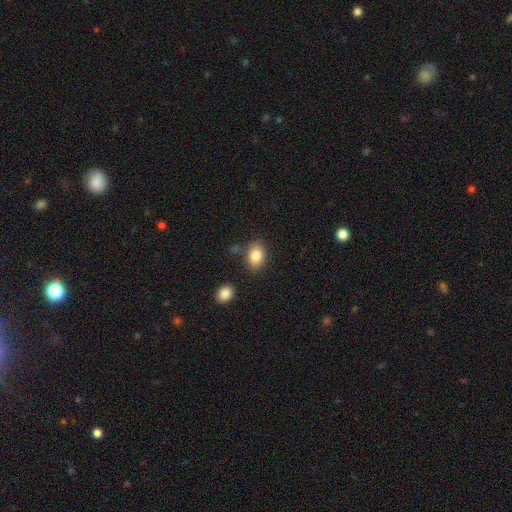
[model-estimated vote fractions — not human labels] Smooth or featured: smooth — 85% (star or artifact — 8%)
How rounded: in between — 74% (round — 25%)
Merging: none — 78% (minor disturbance — 13%)